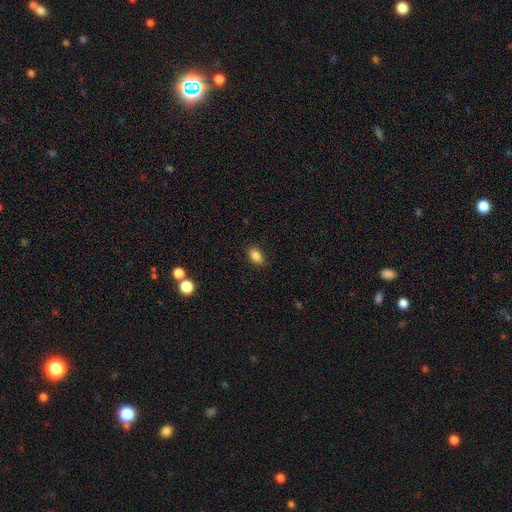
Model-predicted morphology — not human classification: Smooth or featured? Predicted: smooth (p=0.84). How rounded? Predicted: in between (p=0.87). Merging? Predicted: none (p=0.86).